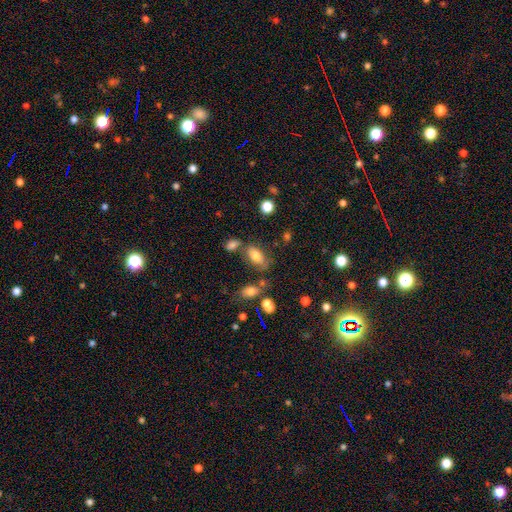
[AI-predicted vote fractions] A smooth galaxy with no disk features (75%) that is in between round and cigar-shaped (88%). Merging: none (59%).